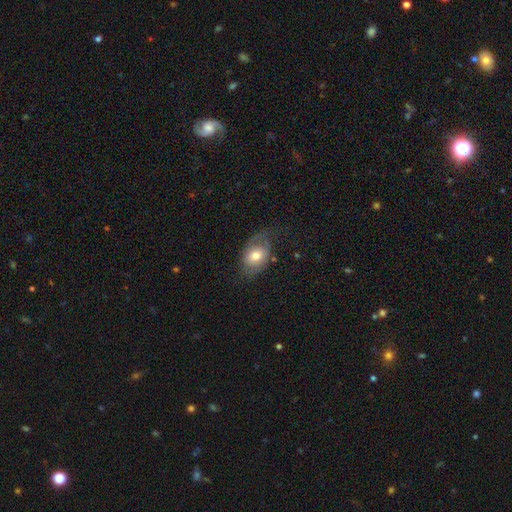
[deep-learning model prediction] This appears to be a smooth galaxy with no disk features (56%) that is in between round and cigar-shaped (77%). Merging: none (50%).